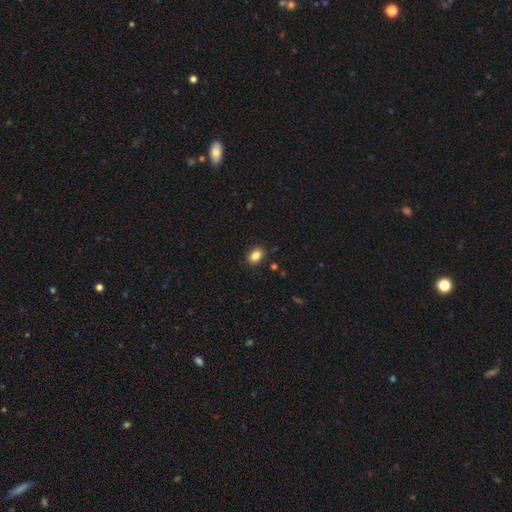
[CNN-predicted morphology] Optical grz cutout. It shows a smooth galaxy with no disk features (85%) that is in between round and cigar-shaped (64%). Merging: none (89%).